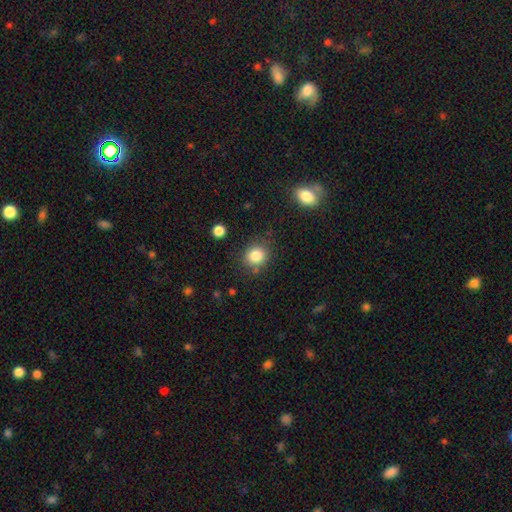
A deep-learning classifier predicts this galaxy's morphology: Smooth or featured: smooth — 84% (star or artifact — 11%)
How rounded: round — 82% (in between — 18%)
Merging: none — 80% (minor disturbance — 12%)